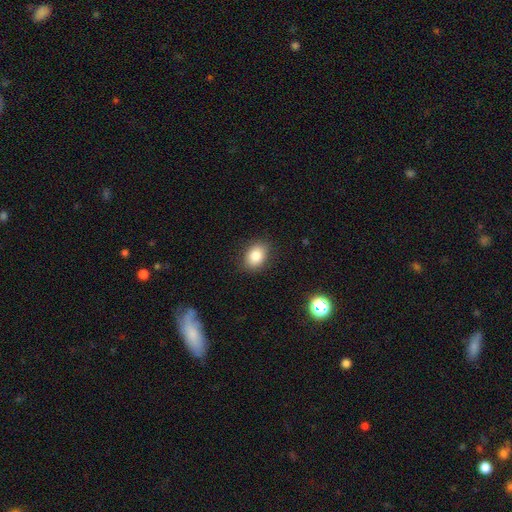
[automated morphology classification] The model was most divided on "how rounded": in between: 65%, round: 34%, cigar-shaped: 1%. More confident: merging — none (86%); smooth or featured — smooth (84%).